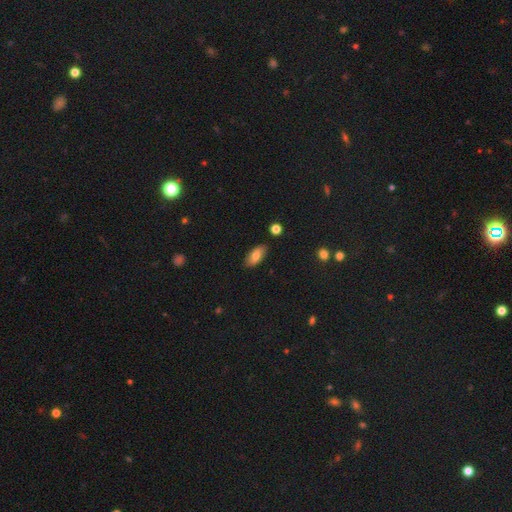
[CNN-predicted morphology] type=smooth (72%); roundness=in between (88%); merging=none (86%).